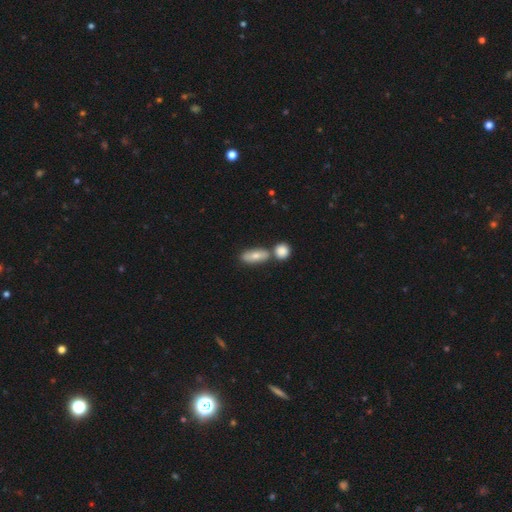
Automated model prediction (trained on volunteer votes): A smooth galaxy with no disk features (71%) that is in between round and cigar-shaped (76%). Merging: none (58%).